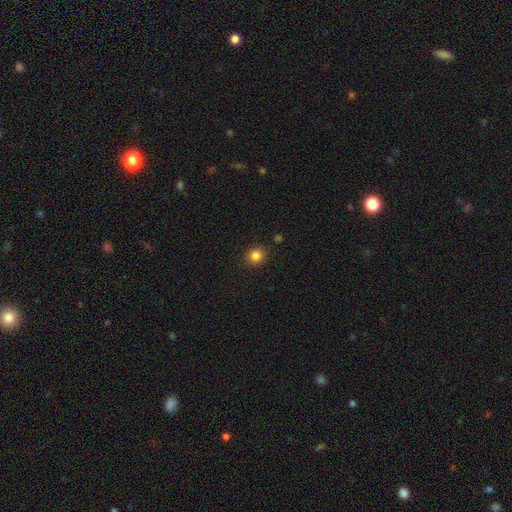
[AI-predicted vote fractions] smooth 84%, star or artifact 12%, featured or disk 5%. Down the decision tree: how rounded — round (86%); merging — none (89%).